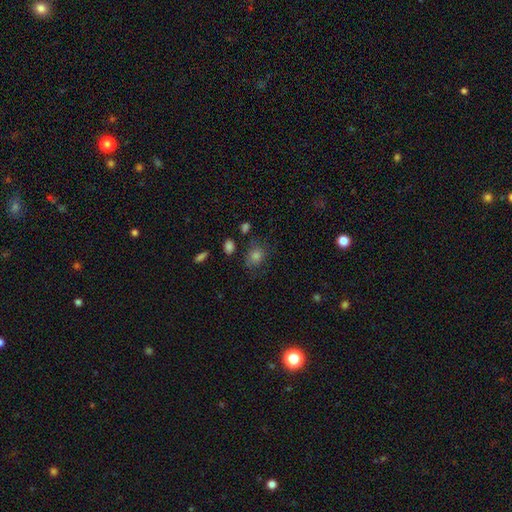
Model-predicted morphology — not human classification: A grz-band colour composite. It shows a smooth galaxy with no disk features (67%) that is round (61%). Merging: none (72%).